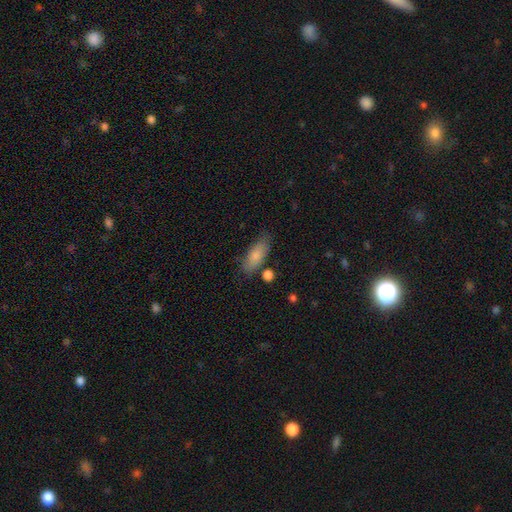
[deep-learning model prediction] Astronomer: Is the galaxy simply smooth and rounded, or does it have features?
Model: smooth — 83%.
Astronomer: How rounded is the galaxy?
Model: in between — 78%.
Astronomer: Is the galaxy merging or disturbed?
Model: none — 74%.